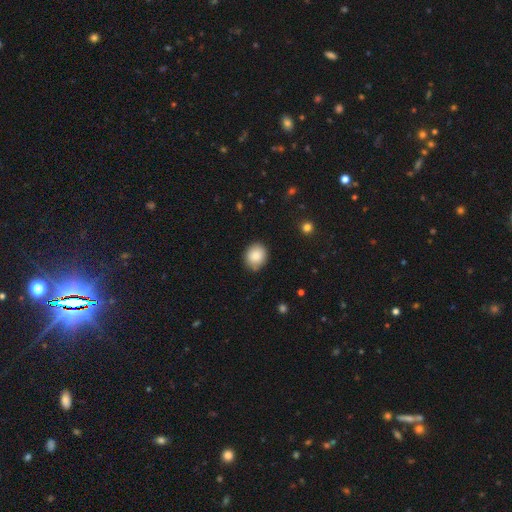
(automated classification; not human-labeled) Smooth or featured? smooth (86%)
How rounded? round (70%)
Merging? none (82%)